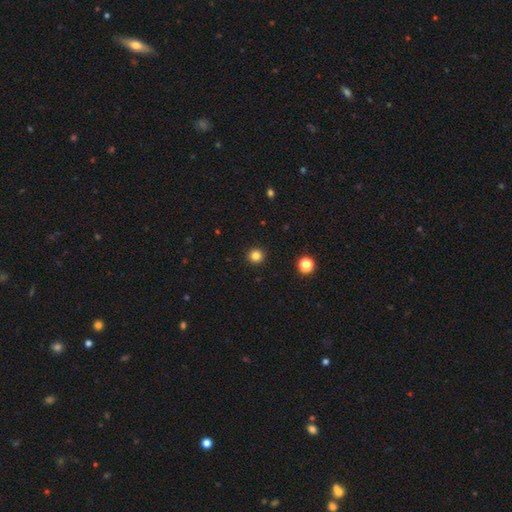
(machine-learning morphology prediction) This is clearly a smooth galaxy (83%). How rounded: clearly round (95%). Merging: clearly none (93%).